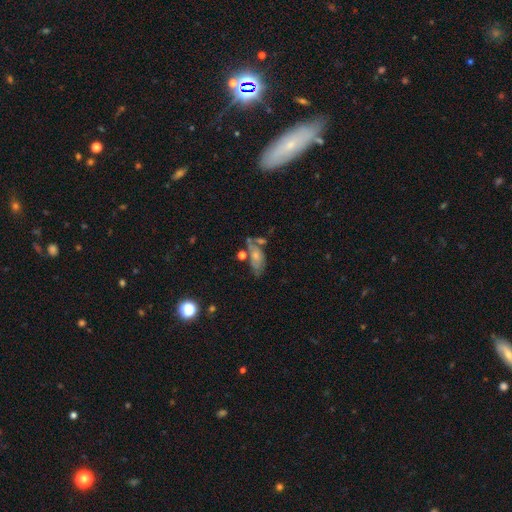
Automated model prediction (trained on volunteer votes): Overall: smooth (53%; featured or disk 37%). How rounded: in between (87%). Merging: none (38%; minor disturbance 24%).